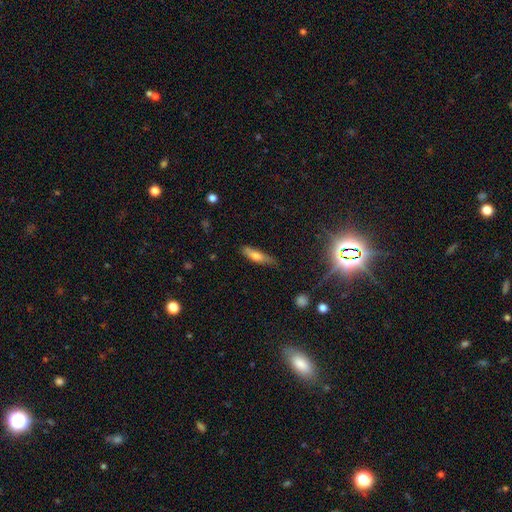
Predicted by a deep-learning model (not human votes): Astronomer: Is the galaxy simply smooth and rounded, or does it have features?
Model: smooth — 68%.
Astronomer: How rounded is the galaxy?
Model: cigar-shaped — 62%.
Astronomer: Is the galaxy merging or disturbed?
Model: none — 67%.